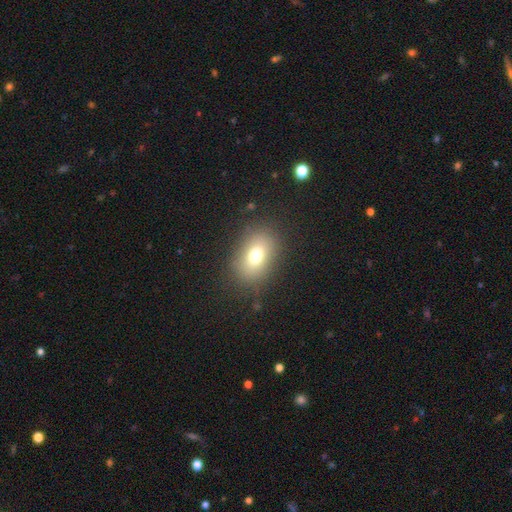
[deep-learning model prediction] Smooth or featured: smooth — 74% (featured or disk — 14%)
How rounded: in between — 76% (round — 22%)
Merging: none — 83% (minor disturbance — 11%)